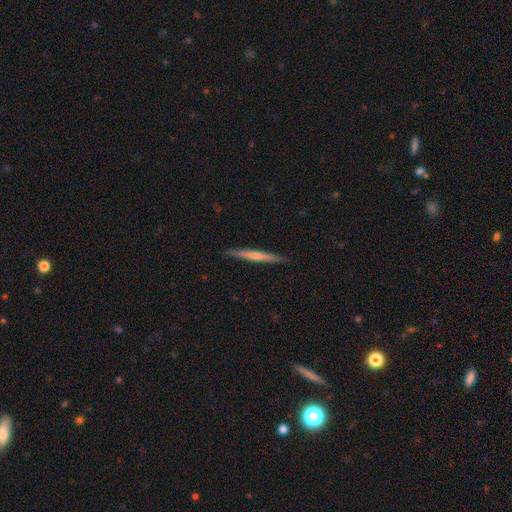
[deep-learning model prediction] Q: Smooth or featured?
A: smooth (50%); runner-up: featured or disk (45%)
Q: Merging?
A: none (91%); runner-up: minor disturbance (7%)